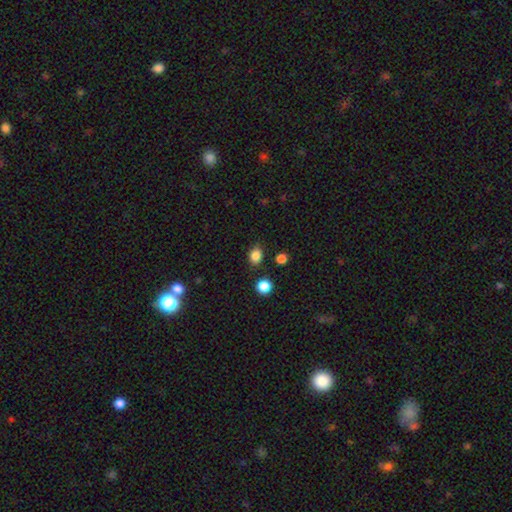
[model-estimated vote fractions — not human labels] A smooth galaxy with no disk features (84%) that is round (53%). Merging: none (79%).